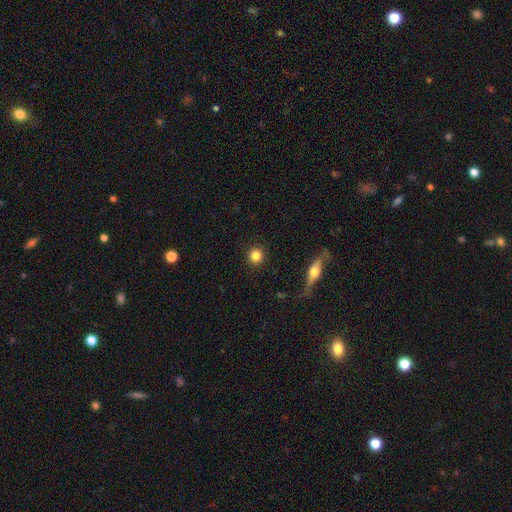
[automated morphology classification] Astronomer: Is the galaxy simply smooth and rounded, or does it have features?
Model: smooth — 84%.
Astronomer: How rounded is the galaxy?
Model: round — 94%.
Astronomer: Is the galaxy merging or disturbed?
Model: none — 91%.